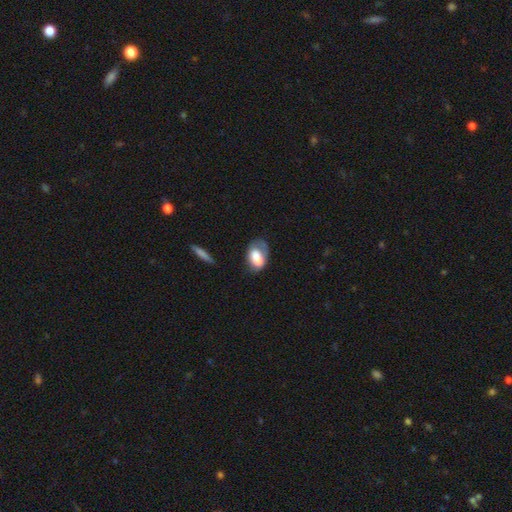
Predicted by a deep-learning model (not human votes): This is likely a smooth galaxy (70%). How rounded: clearly in between (87%). Merging: marginally none (34%).